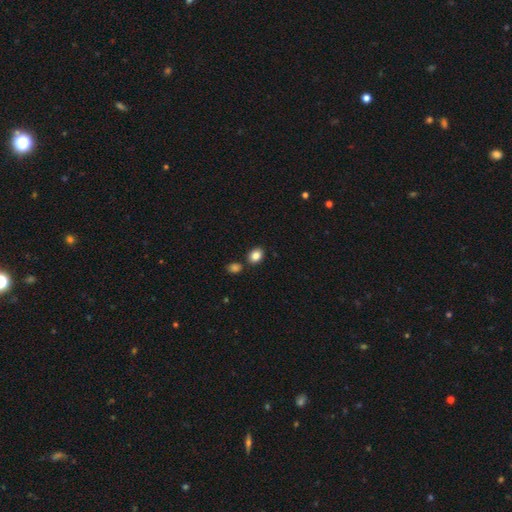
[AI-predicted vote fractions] Q: Smooth or featured?
A: smooth (86%); runner-up: star or artifact (9%)
Q: How rounded?
A: in between (64%); runner-up: round (35%)
Q: Merging?
A: none (77%); runner-up: minor disturbance (10%)